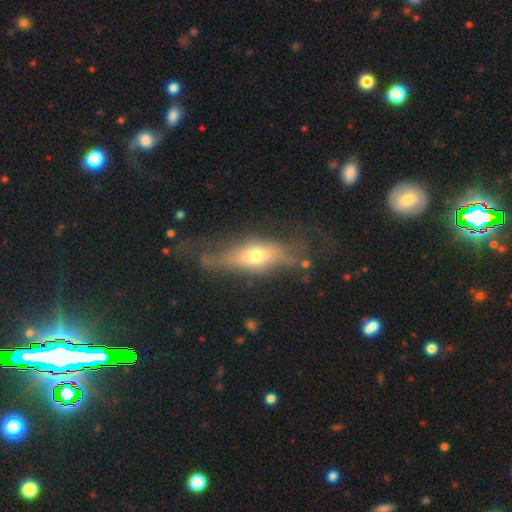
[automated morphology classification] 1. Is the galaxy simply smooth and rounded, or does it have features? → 50% featured or disk, 42% smooth, 8% star or artifact.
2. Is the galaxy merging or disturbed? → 44% none, 27% major disturbance, 26% minor disturbance, 3% merger.